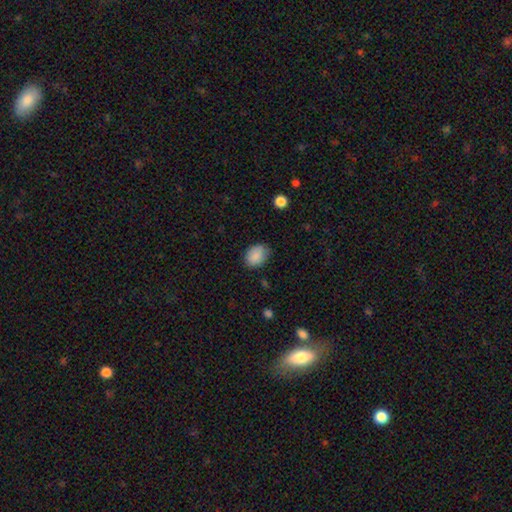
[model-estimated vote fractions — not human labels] smooth_or_featured: smooth (p=0.88) [alt: star or artifact p=0.08]
how_rounded: in between (p=0.69) [alt: round p=0.30]
merging: none (p=0.77) [alt: minor disturbance p=0.19]